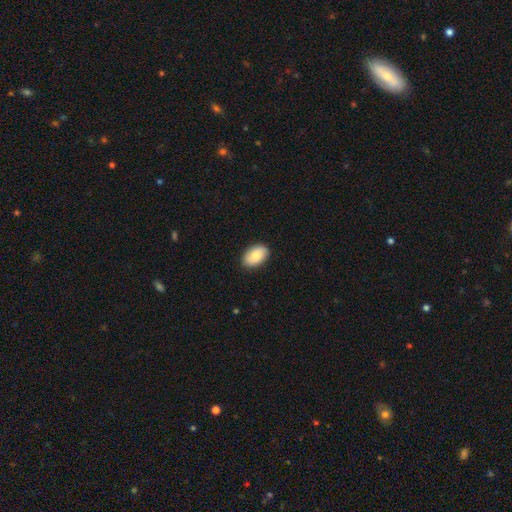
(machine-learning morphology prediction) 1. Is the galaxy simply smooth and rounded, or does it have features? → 81% smooth, 12% featured or disk, 6% star or artifact.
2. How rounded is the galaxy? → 92% in between, 7% round, 1% cigar-shaped.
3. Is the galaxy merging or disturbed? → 88% none, 9% minor disturbance, 2% major disturbance, 1% merger.